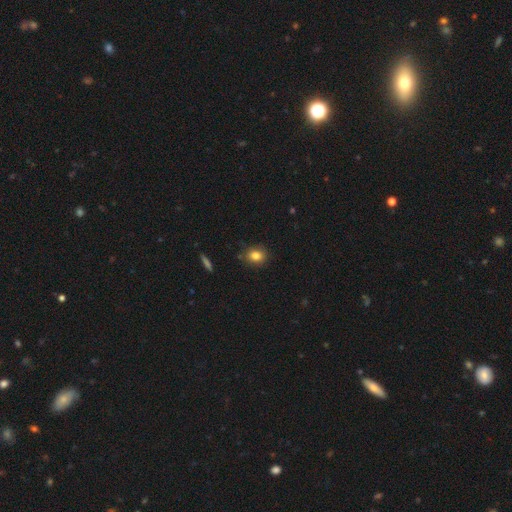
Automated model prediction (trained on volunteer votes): smooth-or-featured: smooth: 83% | star or artifact: 10% | featured or disk: 7%
  how-rounded: round: 51% | in between: 47% | cigar-shaped: 1%
  merging: none: 83% | minor disturbance: 12% | major disturbance: 3% | merger: 2%